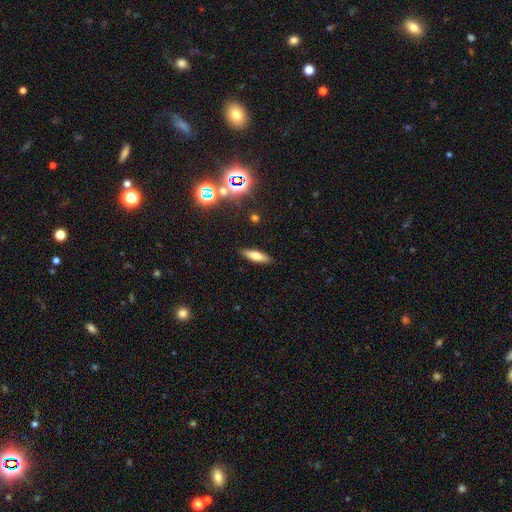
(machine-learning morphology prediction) smooth_or_featured: smooth (p=0.64) [alt: featured or disk p=0.25]
how_rounded: cigar-shaped (p=0.57) [alt: in between p=0.40]
merging: none (p=0.88) [alt: minor disturbance p=0.08]